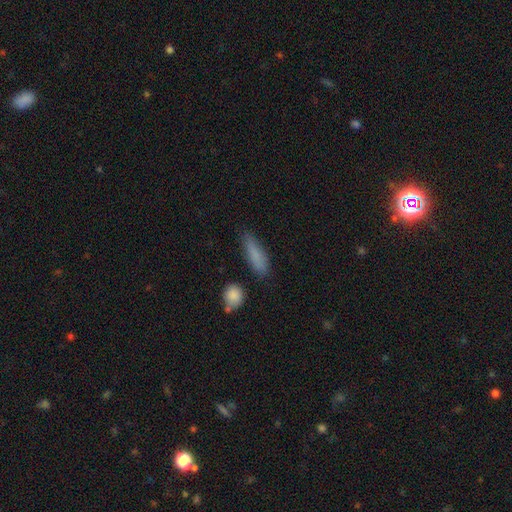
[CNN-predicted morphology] Smooth or featured? Predicted: smooth (p=0.81). How rounded? Predicted: cigar-shaped (p=0.59). Merging? Predicted: none (p=0.74).